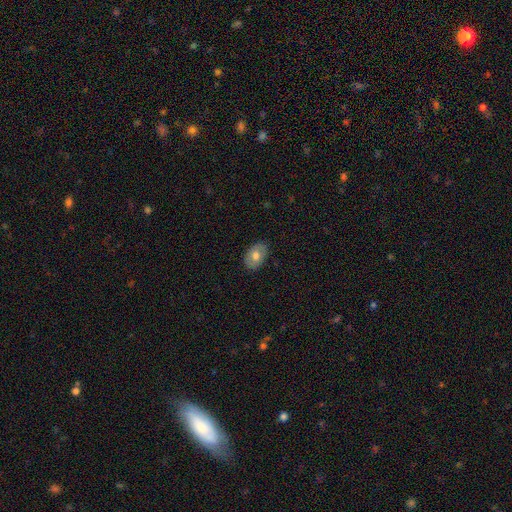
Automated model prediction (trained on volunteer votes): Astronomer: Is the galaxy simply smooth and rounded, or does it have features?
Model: smooth — 70%.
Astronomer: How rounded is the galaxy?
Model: in between — 85%.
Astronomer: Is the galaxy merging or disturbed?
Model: none — 86%.